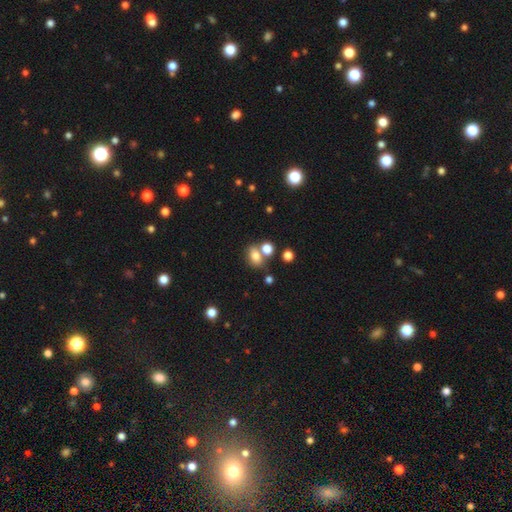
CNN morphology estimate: type=smooth (77%); roundness=in between (72%); merging=none (56%).